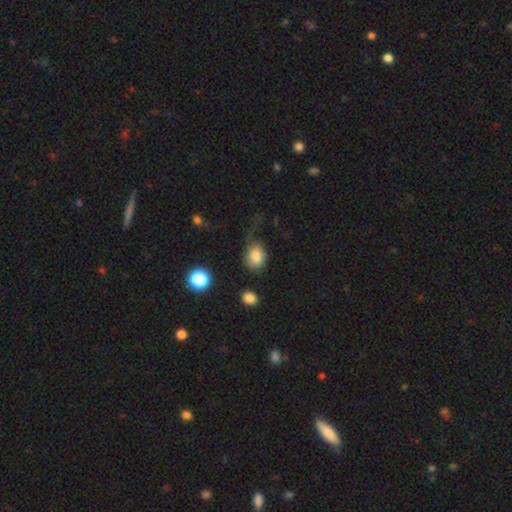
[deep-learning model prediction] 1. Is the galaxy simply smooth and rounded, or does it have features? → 82% smooth, 10% star or artifact, 9% featured or disk.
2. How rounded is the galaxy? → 57% in between, 42% round, 1% cigar-shaped.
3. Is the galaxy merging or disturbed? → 42% none, 27% minor disturbance, 26% major disturbance, 5% merger.